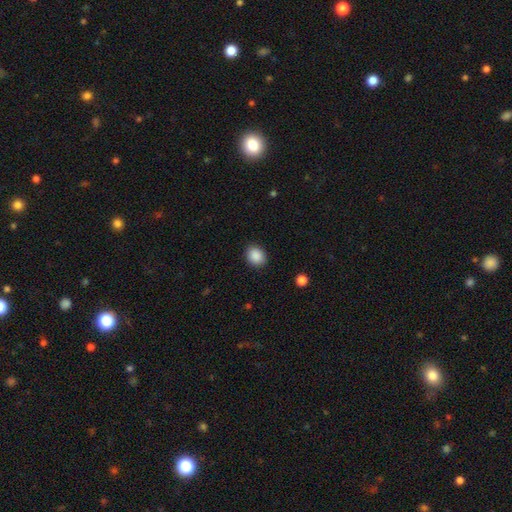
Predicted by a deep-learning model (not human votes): smooth 89%, star or artifact 9%, featured or disk 3%. Down the decision tree: how rounded — round (55%); merging — none (88%).